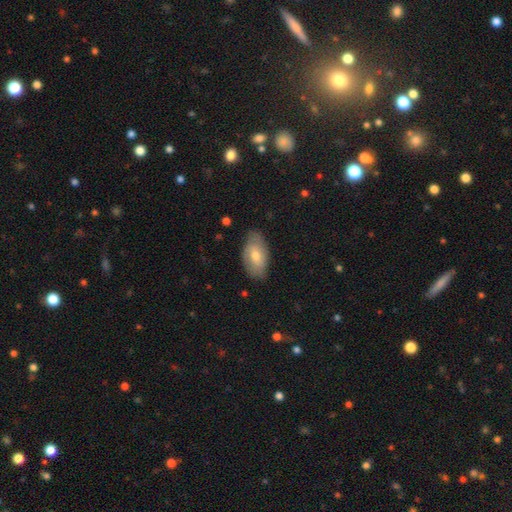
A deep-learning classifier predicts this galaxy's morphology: Overall: smooth (57%; featured or disk 36%). How rounded: in between (92%). Merging: none (76%).